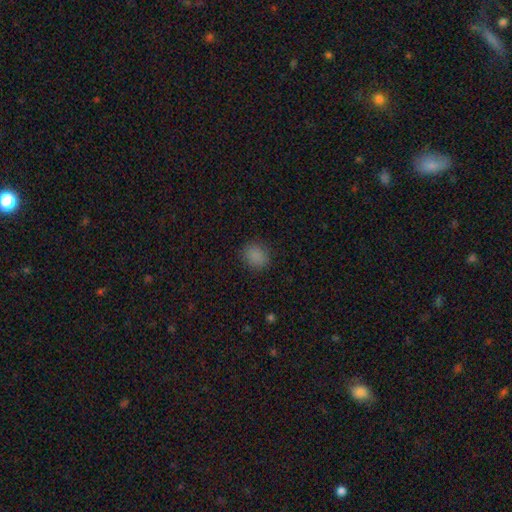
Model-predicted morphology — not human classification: smooth 84%, star or artifact 13%, featured or disk 3%. Down the decision tree: how rounded — round (73%); merging — none (87%).